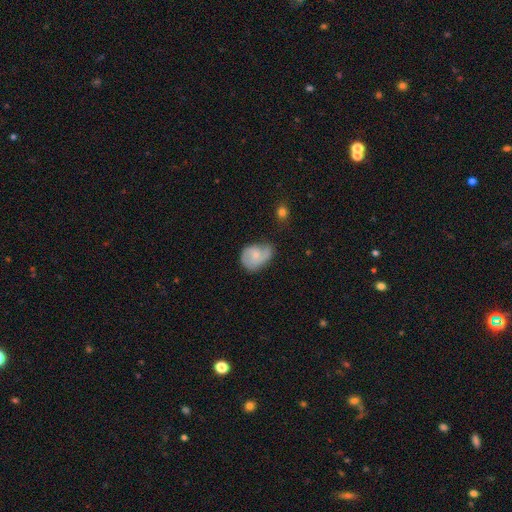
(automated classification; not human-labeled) Morphology: type=featured or disk (54%); edge-on=no (97%); bar=no (68%); spiral arms=yes (84%); bulge=small (61%); merging=none (40%).